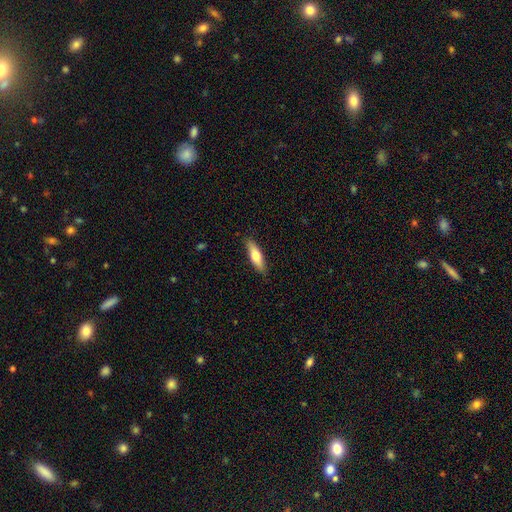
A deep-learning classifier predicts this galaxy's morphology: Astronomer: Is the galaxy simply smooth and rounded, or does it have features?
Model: smooth — 67%.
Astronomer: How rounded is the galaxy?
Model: cigar-shaped — 57% (runner-up: in between, 41%).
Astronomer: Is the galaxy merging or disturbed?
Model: none — 87%.